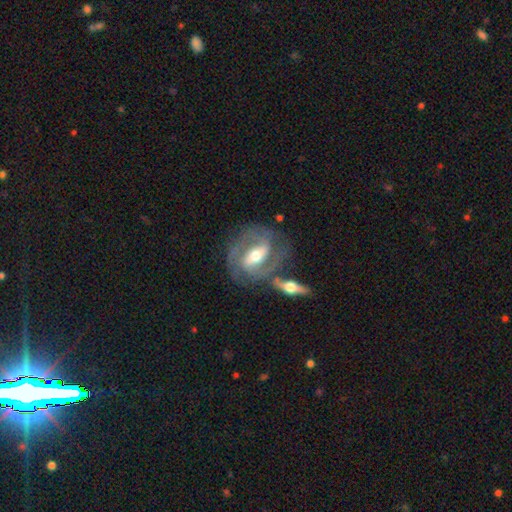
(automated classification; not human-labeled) A featured or disk galaxy (86%) with a strong bar (54%), 2 (80%) medium (45%) spiral arms (92%) and a moderate central bulge (70%). Merging: none (65%).